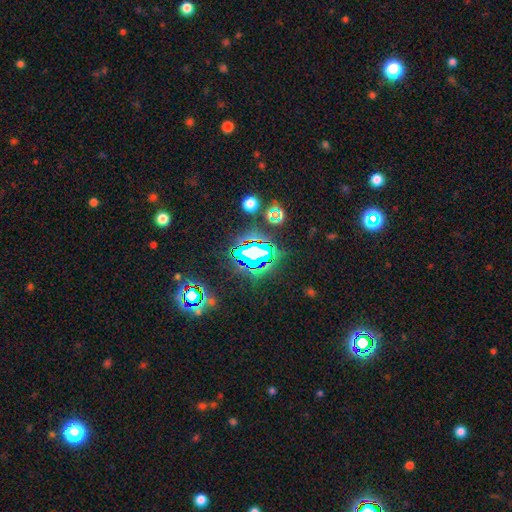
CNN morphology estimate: Smooth or featured? Predicted: star or artifact (p=0.75).